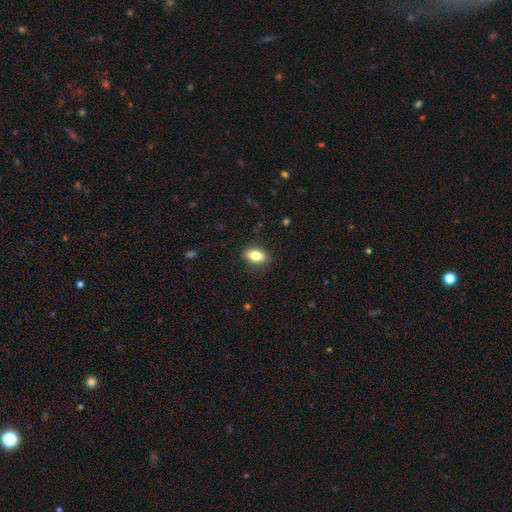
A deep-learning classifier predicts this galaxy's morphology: The model was most divided on "smooth or featured": smooth: 82%, featured or disk: 10%, star or artifact: 8%. More confident: merging — none (87%); how rounded — in between (86%).